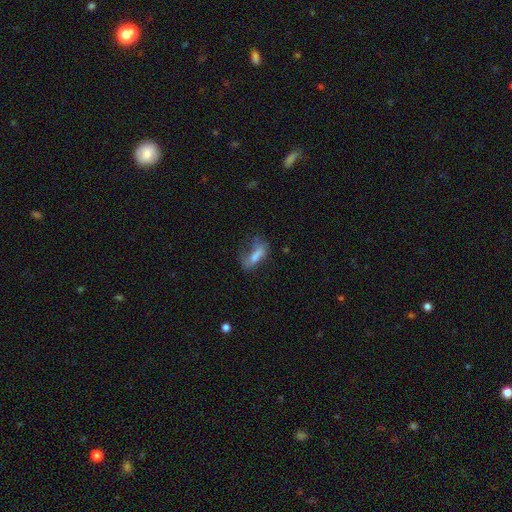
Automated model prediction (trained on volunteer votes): This is possibly a smooth galaxy (59%). How rounded: possibly in between (58%). Merging: marginally none (39%).